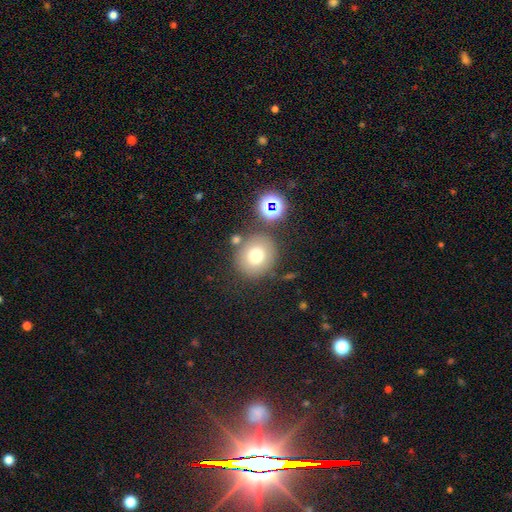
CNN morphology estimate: Smooth or featured? Predicted: smooth (p=0.72). How rounded? Predicted: round (p=0.85). Merging? Predicted: none (p=0.76).